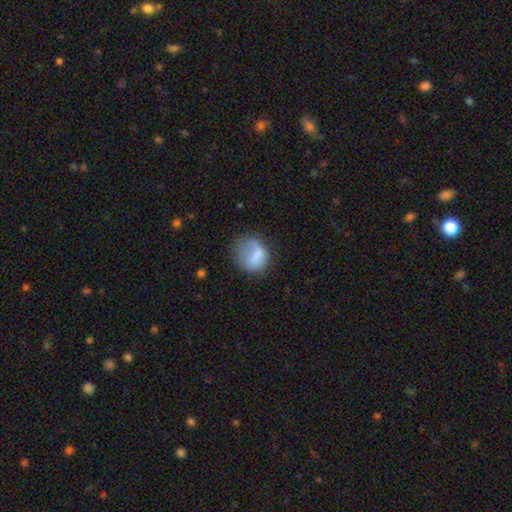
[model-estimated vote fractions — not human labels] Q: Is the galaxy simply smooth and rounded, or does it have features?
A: smooth — 69%.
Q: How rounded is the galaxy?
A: round — 63%.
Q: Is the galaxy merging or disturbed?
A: none — 40%.